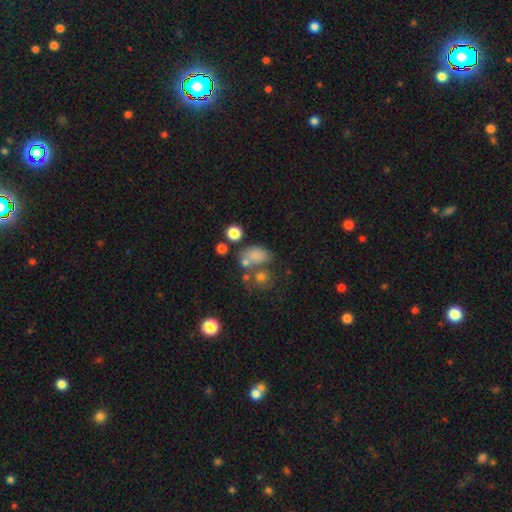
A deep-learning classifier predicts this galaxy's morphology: Smooth or featured? Predicted: smooth (p=0.70). How rounded? Predicted: in between (p=0.73). Merging? Predicted: none (p=0.42).